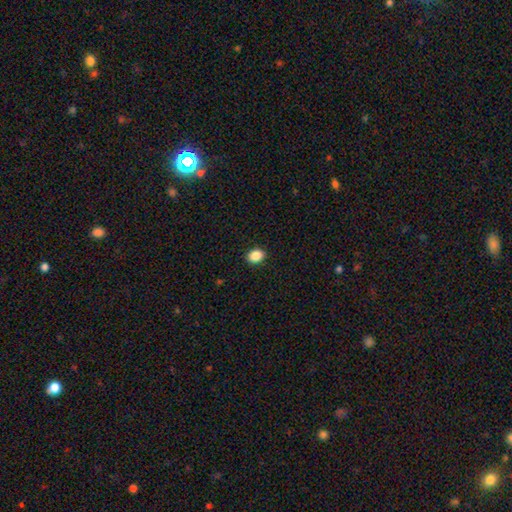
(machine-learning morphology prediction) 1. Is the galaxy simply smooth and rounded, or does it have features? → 88% smooth, 9% star or artifact, 3% featured or disk.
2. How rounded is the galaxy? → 64% in between, 35% round, 1% cigar-shaped.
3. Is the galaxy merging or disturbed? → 91% none, 6% minor disturbance, 2% major disturbance, 1% merger.